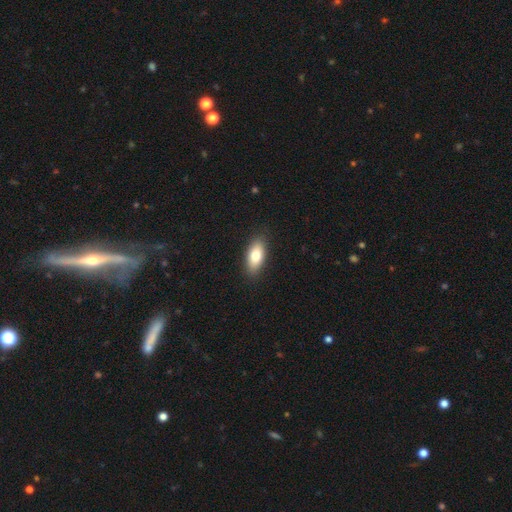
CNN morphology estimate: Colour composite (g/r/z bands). It shows a smooth galaxy with no disk features (79%) that is in between round and cigar-shaped (88%). Merging: none (88%).